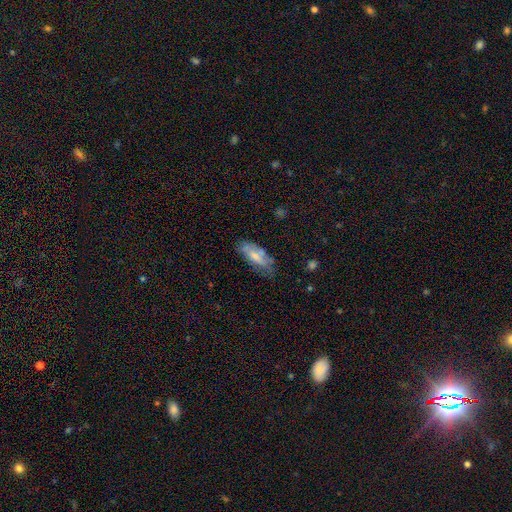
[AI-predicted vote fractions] A smooth galaxy with no disk features (59%) that is in between round and cigar-shaped (75%).

Vote fractions:
- Smooth or featured? smooth: 59% / featured or disk: 34% / star or artifact: 7%
- How rounded? in between: 75% / cigar-shaped: 23% / round: 2%
- Merging? none: 52% / minor disturbance: 32% / major disturbance: 12% / merger: 4%